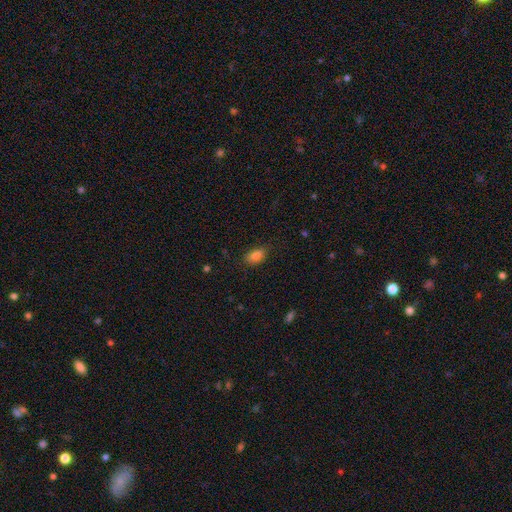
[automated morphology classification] smooth 84%, star or artifact 10%, featured or disk 6%. Down the decision tree: how rounded — in between (87%); merging — none (82%).